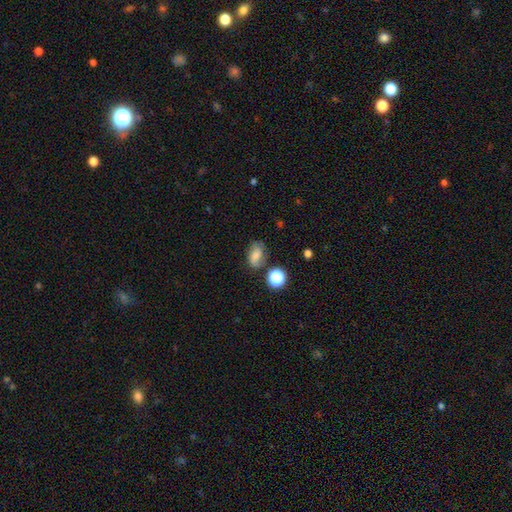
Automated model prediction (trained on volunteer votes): smooth_or_featured: smooth (p=0.58) [alt: featured or disk p=0.27]
how_rounded: in between (p=0.75) [alt: round p=0.23]
merging: none (p=0.60) [alt: minor disturbance p=0.24]